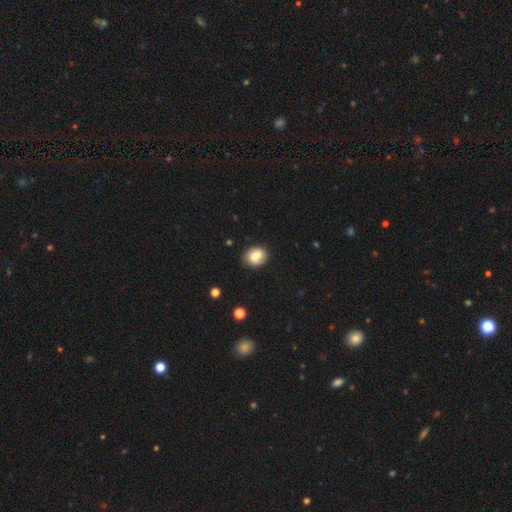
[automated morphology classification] The model was most divided on "how rounded": round: 53%, in between: 46%, cigar-shaped: 1%. More confident: merging — none (83%); smooth or featured — smooth (75%).